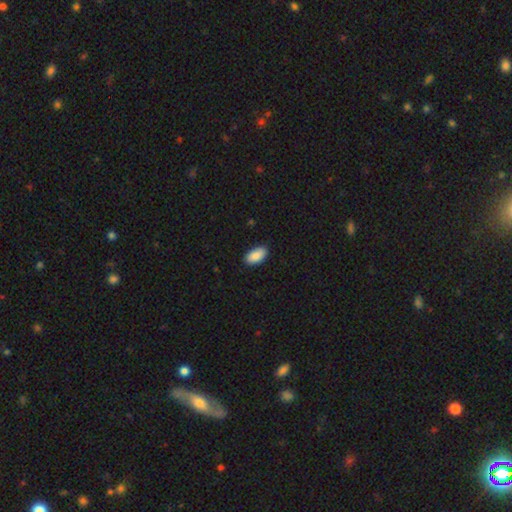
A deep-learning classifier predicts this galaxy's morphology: type=smooth (89%); roundness=in between (94%); merging=none (87%).